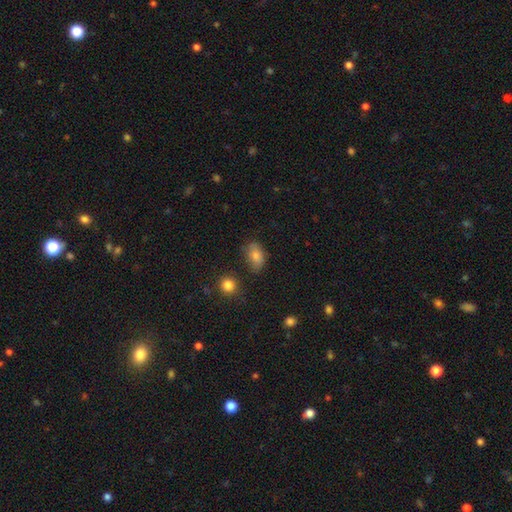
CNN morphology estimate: Smooth or featured? Predicted: smooth (p=0.80). How rounded? Predicted: in between (p=0.84). Merging? Predicted: none (p=0.64).